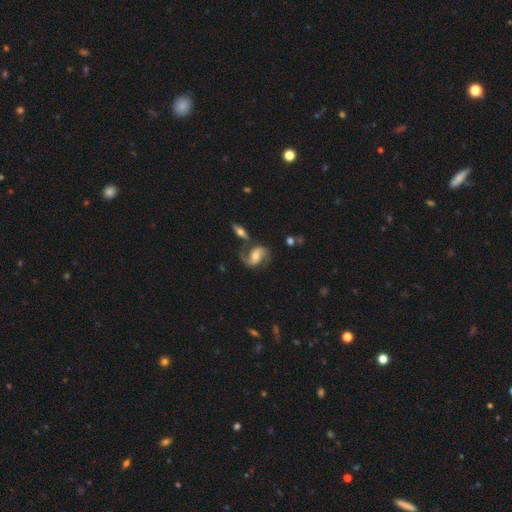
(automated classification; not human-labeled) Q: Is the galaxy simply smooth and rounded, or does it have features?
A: featured or disk — 83%.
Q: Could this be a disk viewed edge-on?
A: no — 96%.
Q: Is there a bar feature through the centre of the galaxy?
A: weak — 42%.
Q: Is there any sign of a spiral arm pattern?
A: yes — 96%.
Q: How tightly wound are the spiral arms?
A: medium — 49%.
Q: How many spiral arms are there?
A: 2 — 91%.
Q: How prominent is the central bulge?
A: moderate — 56%.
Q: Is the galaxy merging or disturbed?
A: none — 66%.